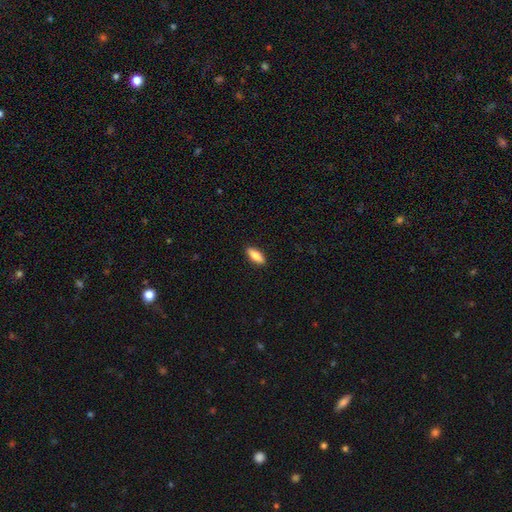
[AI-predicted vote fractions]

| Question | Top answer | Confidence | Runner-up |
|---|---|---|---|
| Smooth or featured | smooth | 83% | featured or disk (11%) |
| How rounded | in between | 71% | cigar-shaped (27%) |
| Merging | none | 90% | minor disturbance (7%) |